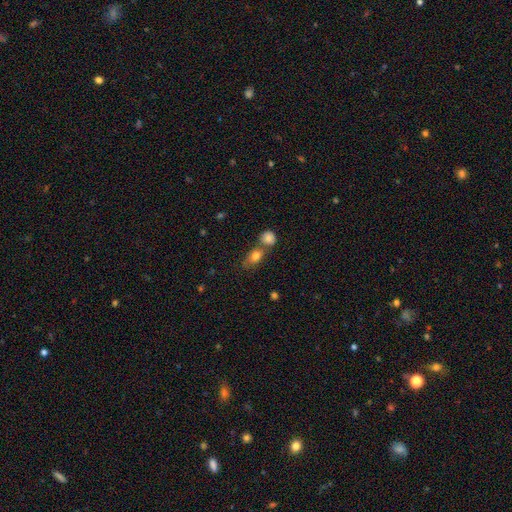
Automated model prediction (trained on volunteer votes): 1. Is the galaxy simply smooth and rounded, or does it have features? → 79% smooth, 11% featured or disk, 10% star or artifact.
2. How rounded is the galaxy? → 65% in between, 32% round, 4% cigar-shaped.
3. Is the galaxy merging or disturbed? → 45% none, 35% merger, 14% minor disturbance, 6% major disturbance.